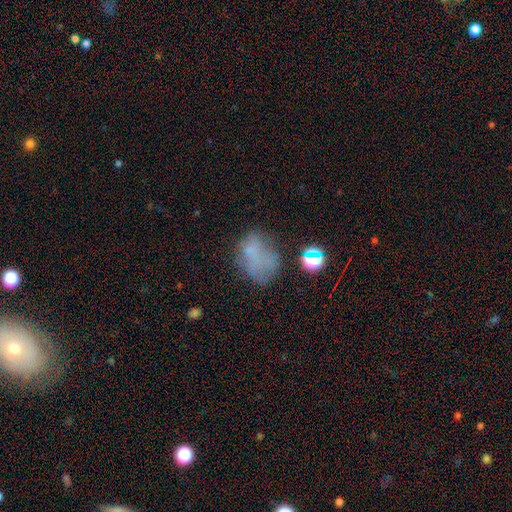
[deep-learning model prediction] smooth_or_featured: smooth (p=0.55) [alt: featured or disk p=0.24]
how_rounded: in between (p=0.68) [alt: round p=0.31]
merging: none (p=0.38) [alt: major disturbance p=0.26]